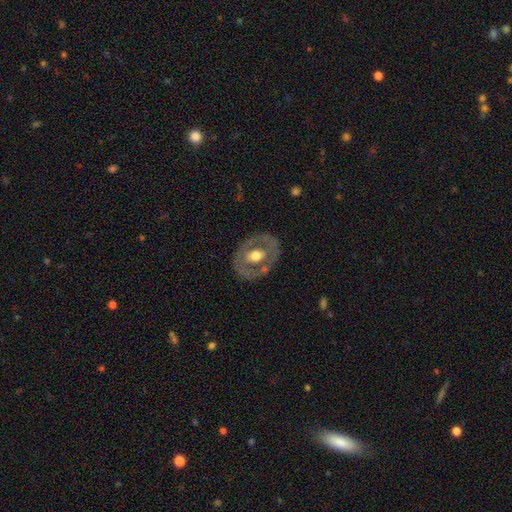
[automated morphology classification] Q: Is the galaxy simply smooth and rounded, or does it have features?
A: featured or disk — 57%.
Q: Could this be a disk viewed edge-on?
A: no — 93%.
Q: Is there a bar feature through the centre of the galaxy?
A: no — 77%.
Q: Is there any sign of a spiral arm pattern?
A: no — 88%.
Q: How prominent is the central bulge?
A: moderate — 64%.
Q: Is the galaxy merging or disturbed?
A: none — 77%.